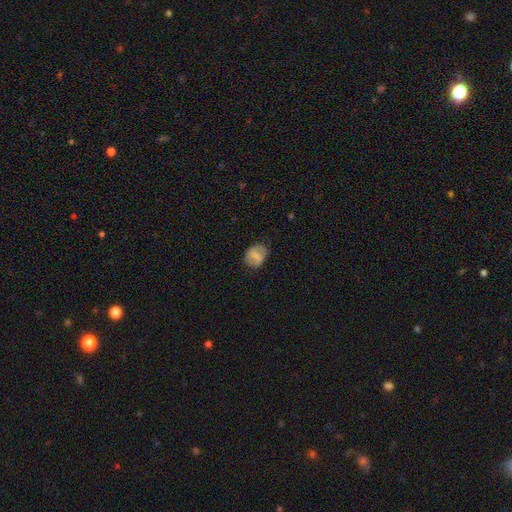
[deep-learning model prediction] smooth_or_featured: smooth (p=0.67) [alt: featured or disk p=0.24]
how_rounded: in between (p=0.52) [alt: round p=0.46]
merging: none (p=0.73) [alt: minor disturbance p=0.20]